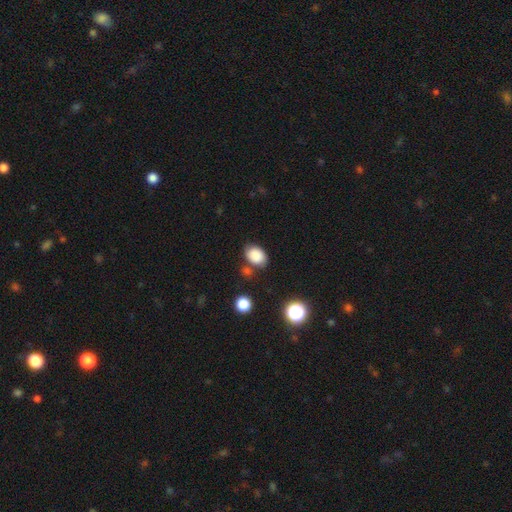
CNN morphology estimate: smooth-or-featured: smooth: 85% | star or artifact: 10% | featured or disk: 5%
  how-rounded: in between: 74% | round: 25% | cigar-shaped: 1%
  merging: none: 72% | minor disturbance: 15% | merger: 9% | major disturbance: 4%